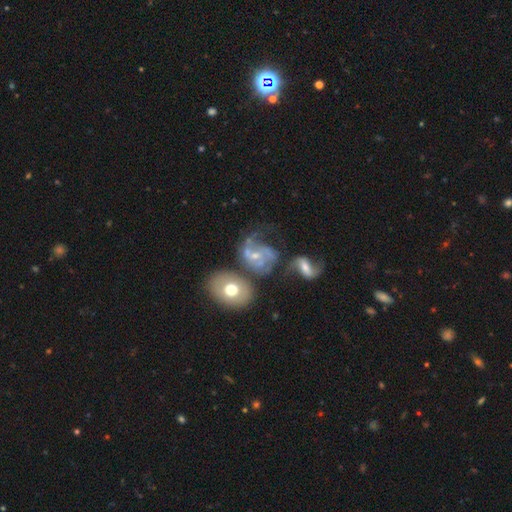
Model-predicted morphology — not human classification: Smooth or featured? featured or disk (73%)
Edge-on disk? no (97%)
Bar? no (62%)
Spiral arms? yes (82%)
Spiral winding? medium (42%)
Spiral arm count? 2 (48%)
Bulge size? small (51%)
Merging? major disturbance (31%)